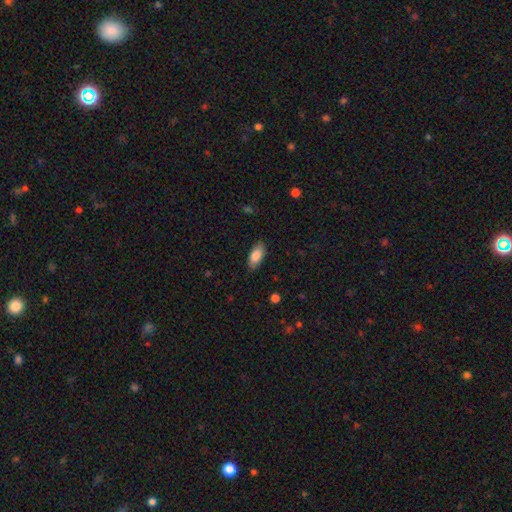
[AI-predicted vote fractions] The model was most divided on "merging": none: 85%, minor disturbance: 11%, major disturbance: 2%, merger: 1%. More confident: how rounded — in between (89%); smooth or featured — smooth (86%).